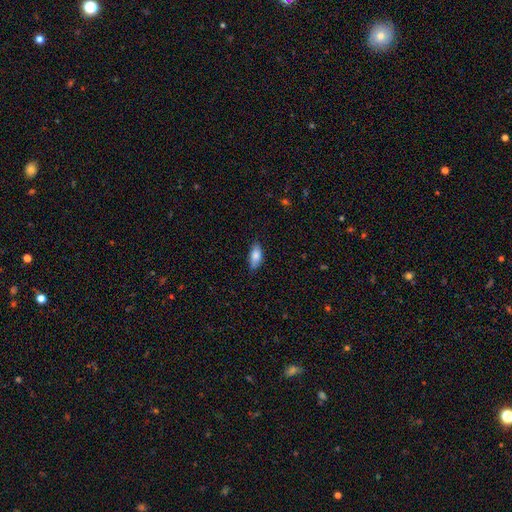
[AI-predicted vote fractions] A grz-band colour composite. It shows a smooth galaxy with no disk features (83%) that is in between round and cigar-shaped (85%). Merging: none (79%).